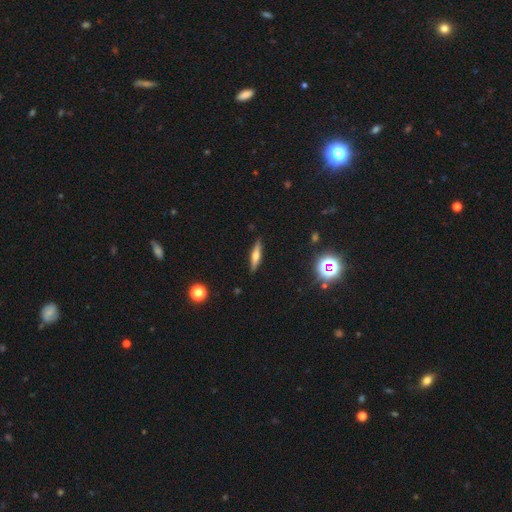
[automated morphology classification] smooth_or_featured: smooth (p=0.46) [alt: featured or disk p=0.44]
merging: none (p=0.89) [alt: minor disturbance p=0.08]